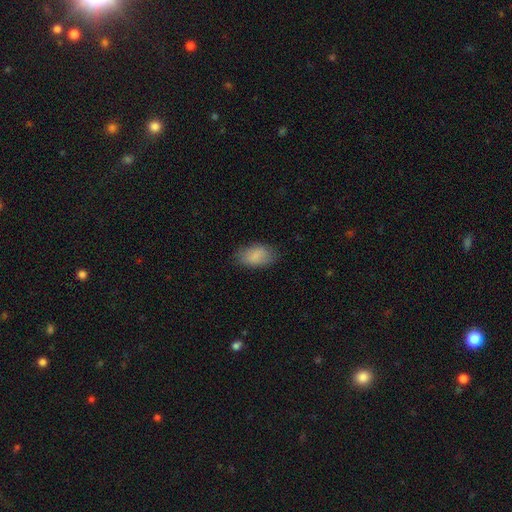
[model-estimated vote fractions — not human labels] smooth_or_featured: smooth (p=0.86) [alt: star or artifact p=0.07]
how_rounded: in between (p=0.92) [alt: round p=0.06]
merging: none (p=0.79) [alt: minor disturbance p=0.16]